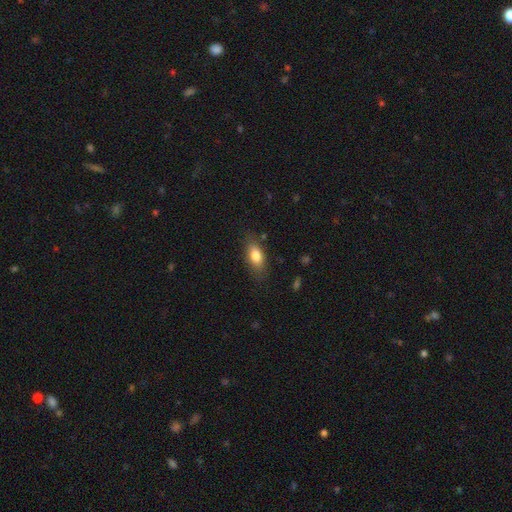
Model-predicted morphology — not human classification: Q: Smooth or featured?
A: smooth (80%); runner-up: featured or disk (13%)
Q: How rounded?
A: in between (85%); runner-up: cigar-shaped (10%)
Q: Merging?
A: none (80%); runner-up: minor disturbance (15%)